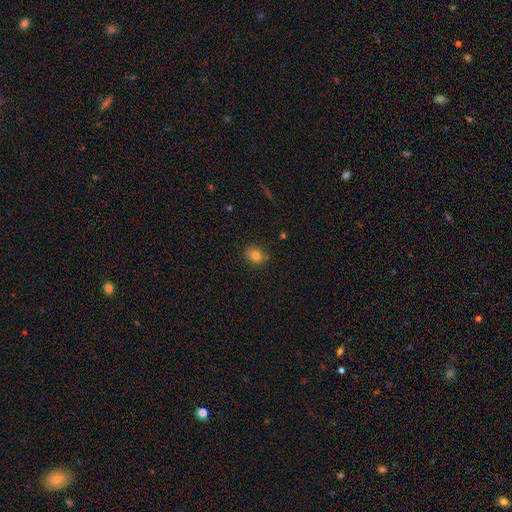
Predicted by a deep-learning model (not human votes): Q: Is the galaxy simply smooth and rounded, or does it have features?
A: smooth — 79%.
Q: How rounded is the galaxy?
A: round — 51%.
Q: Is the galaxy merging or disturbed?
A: none — 81%.